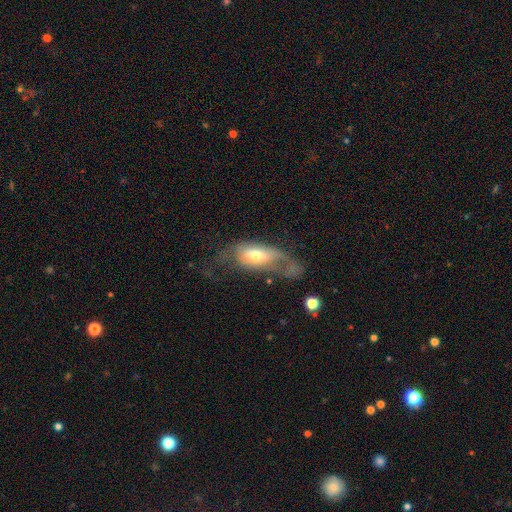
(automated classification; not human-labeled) smooth-or-featured: smooth: 52% | featured or disk: 41% | star or artifact: 7%
  how-rounded: in between: 85% | cigar-shaped: 10% | round: 6%
  merging: major disturbance: 53% | none: 21% | minor disturbance: 21% | merger: 5%